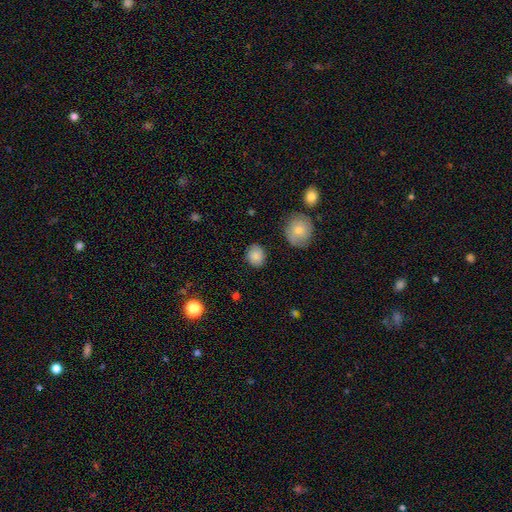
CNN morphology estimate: Smooth or featured? smooth (84%)
How rounded? round (68%)
Merging? none (82%)